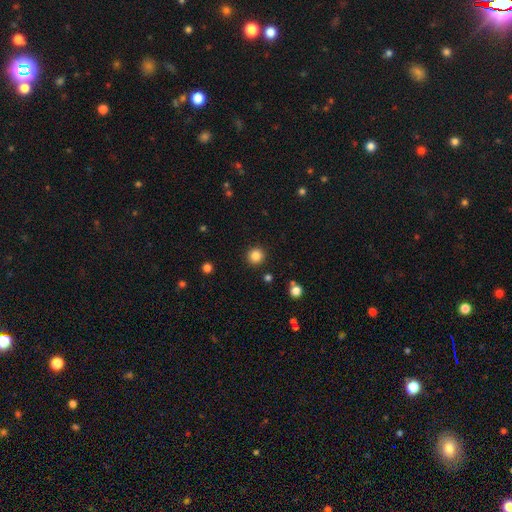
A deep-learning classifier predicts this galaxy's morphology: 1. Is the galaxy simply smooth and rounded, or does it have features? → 85% smooth, 11% star or artifact, 3% featured or disk.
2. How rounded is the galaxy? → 95% round, 4% in between, 1% cigar-shaped.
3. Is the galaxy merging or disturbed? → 91% none, 5% minor disturbance, 2% major disturbance, 1% merger.